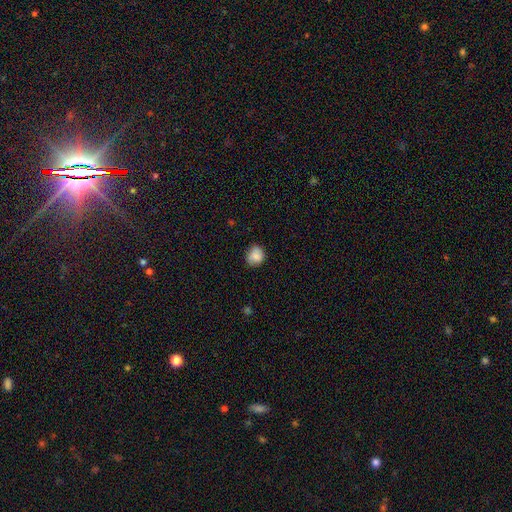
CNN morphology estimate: Q: Smooth or featured?
A: smooth (83%); runner-up: star or artifact (9%)
Q: How rounded?
A: round (73%); runner-up: in between (26%)
Q: Merging?
A: none (73%); runner-up: minor disturbance (22%)